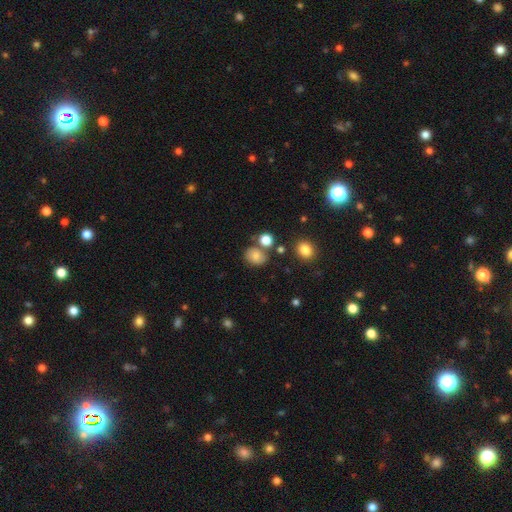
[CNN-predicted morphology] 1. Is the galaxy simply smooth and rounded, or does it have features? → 76% smooth, 13% star or artifact, 11% featured or disk.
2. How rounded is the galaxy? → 60% round, 39% in between, 1% cigar-shaped.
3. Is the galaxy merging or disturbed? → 67% none, 16% minor disturbance, 12% merger, 5% major disturbance.